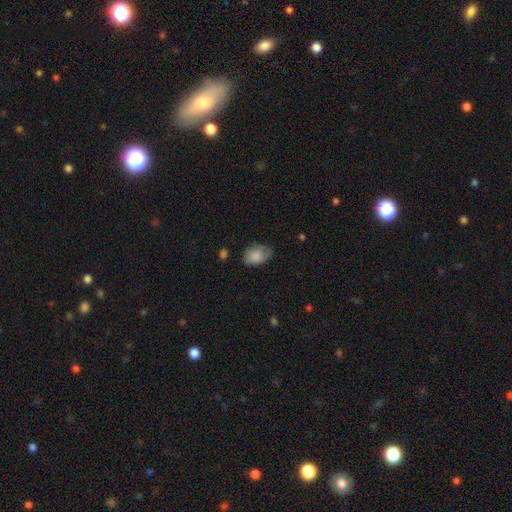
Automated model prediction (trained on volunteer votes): A smooth galaxy with no disk features (80%) that is in between round and cigar-shaped (83%).

Vote fractions:
- Smooth or featured? smooth: 80% / featured or disk: 12% / star or artifact: 7%
- How rounded? in between: 83% / round: 16% / cigar-shaped: 1%
- Merging? none: 59% / minor disturbance: 31% / major disturbance: 8% / merger: 2%